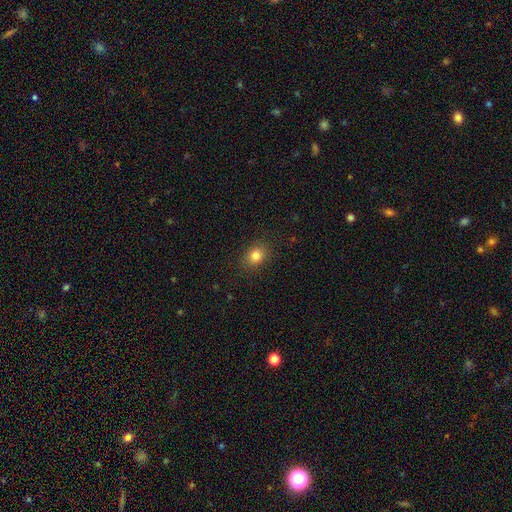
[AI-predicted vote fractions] A smooth galaxy with no disk features (81%) that is in between round and cigar-shaped (53%).

Vote fractions:
- Smooth or featured? smooth: 81% / star or artifact: 11% / featured or disk: 7%
- How rounded? in between: 53% / round: 46% / cigar-shaped: 1%
- Merging? none: 88% / minor disturbance: 9% / major disturbance: 3% / merger: 1%